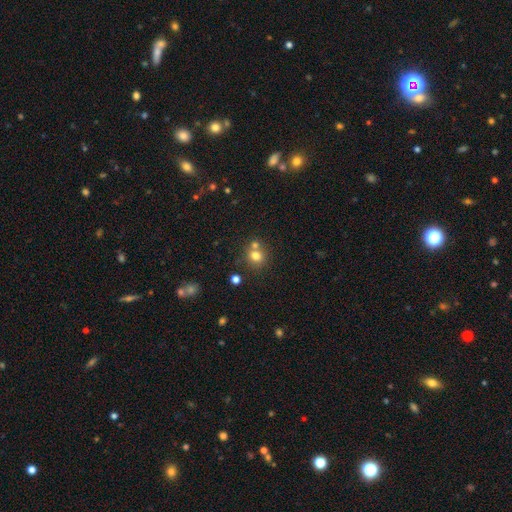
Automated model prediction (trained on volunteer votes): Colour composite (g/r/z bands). It shows a smooth galaxy with no disk features (75%) that is round (82%). Merging: none (57%).